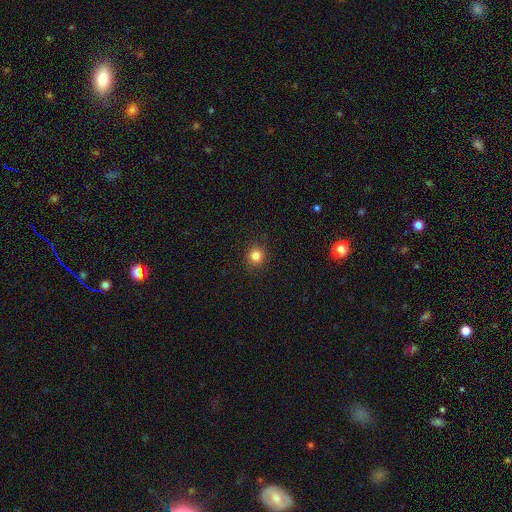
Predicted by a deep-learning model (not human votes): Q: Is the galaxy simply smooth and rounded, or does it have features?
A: smooth — 83%.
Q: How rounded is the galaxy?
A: round — 90%.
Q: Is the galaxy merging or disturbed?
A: none — 91%.